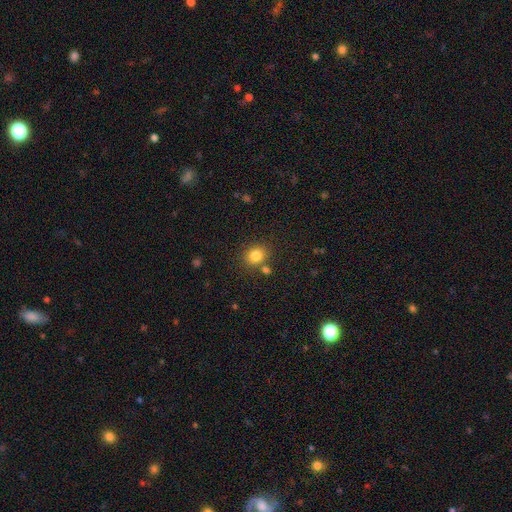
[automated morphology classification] This appears to be a smooth galaxy with no disk features (82%) that is round (71%). Merging: none (77%).